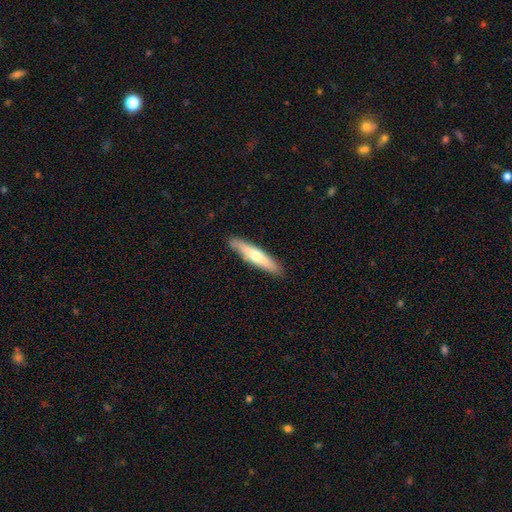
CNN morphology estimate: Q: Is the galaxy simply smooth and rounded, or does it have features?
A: smooth — 58%.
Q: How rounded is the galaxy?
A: cigar-shaped — 87%.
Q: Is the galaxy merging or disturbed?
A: none — 88%.